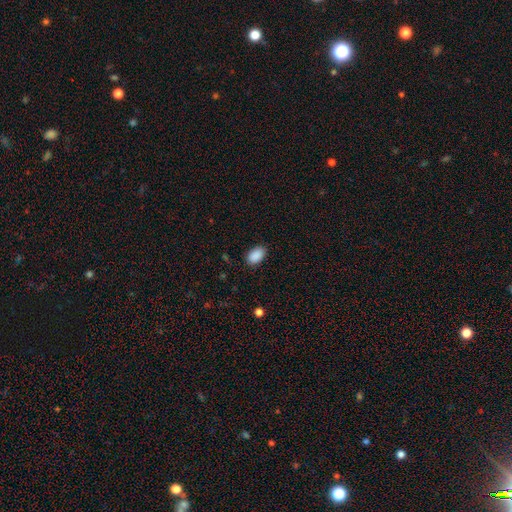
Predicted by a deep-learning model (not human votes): Smooth or featured?
  - smooth: 90% *
  - star or artifact: 7%
  - featured or disk: 3%
How rounded?
  - in between: 91% *
  - round: 8%
  - cigar-shaped: 1%
Merging?
  - none: 85% *
  - minor disturbance: 11%
  - major disturbance: 3%
  - merger: 1%